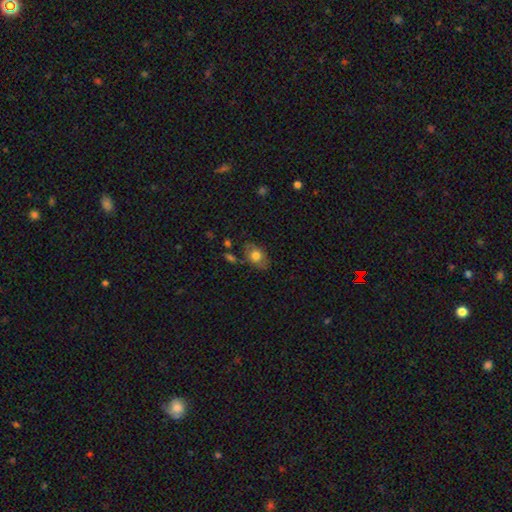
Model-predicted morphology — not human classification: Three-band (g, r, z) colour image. It shows a smooth galaxy with no disk features (71%) that is in between round and cigar-shaped (80%). Merging: none (73%).